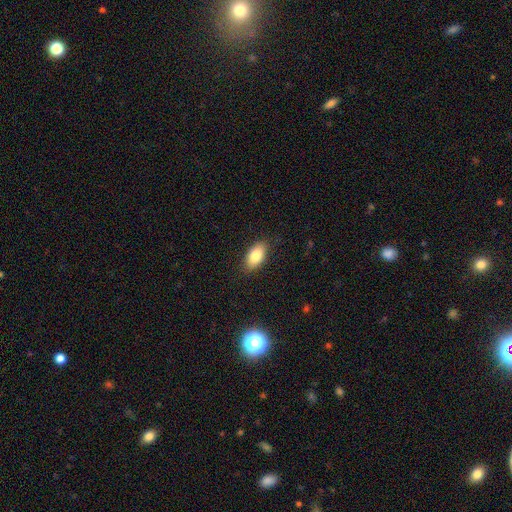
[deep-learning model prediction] smooth_or_featured: smooth (p=0.83) [alt: featured or disk p=0.10]
how_rounded: in between (p=0.92) [alt: round p=0.05]
merging: none (p=0.87) [alt: minor disturbance p=0.10]